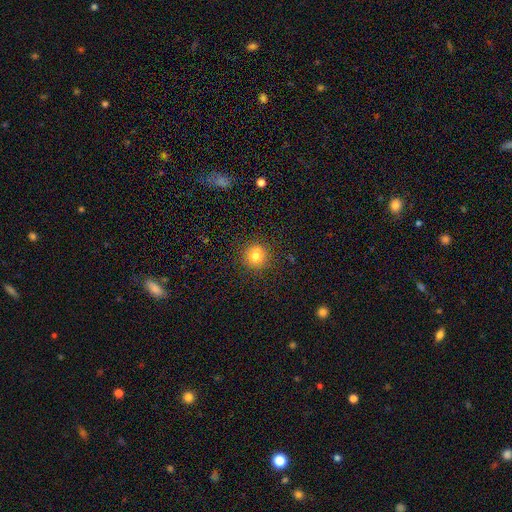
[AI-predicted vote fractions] smooth-or-featured: smooth: 82% | star or artifact: 12% | featured or disk: 6%
  how-rounded: round: 88% | in between: 11% | cigar-shaped: 1%
  merging: none: 89% | minor disturbance: 8% | major disturbance: 3% | merger: 1%